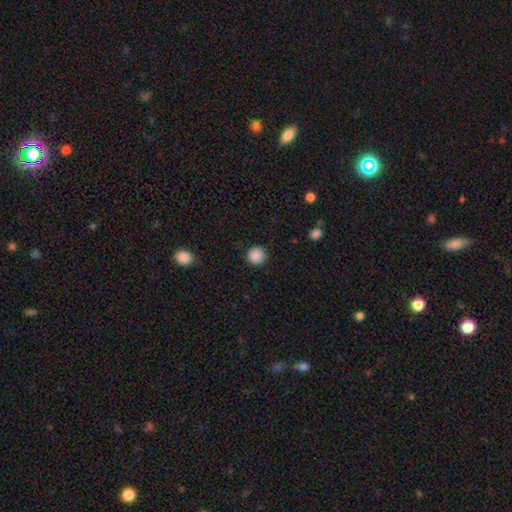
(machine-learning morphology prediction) smooth-or-featured: smooth: 89% | star or artifact: 9% | featured or disk: 2%
  how-rounded: round: 95% | in between: 4% | cigar-shaped: 1%
  merging: none: 91% | minor disturbance: 6% | major disturbance: 2% | merger: 1%